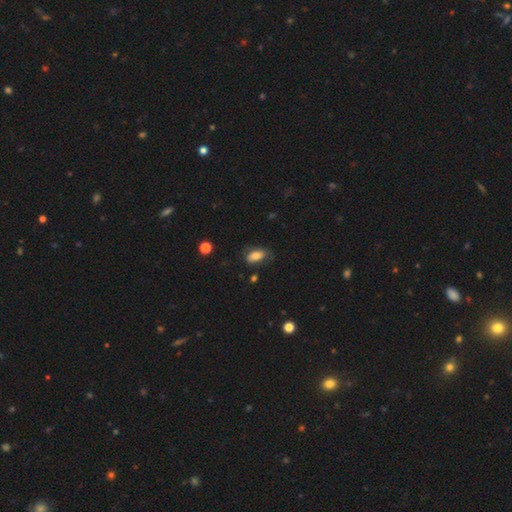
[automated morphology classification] Smooth or featured? smooth (76%)
How rounded? in between (87%)
Merging? none (59%)